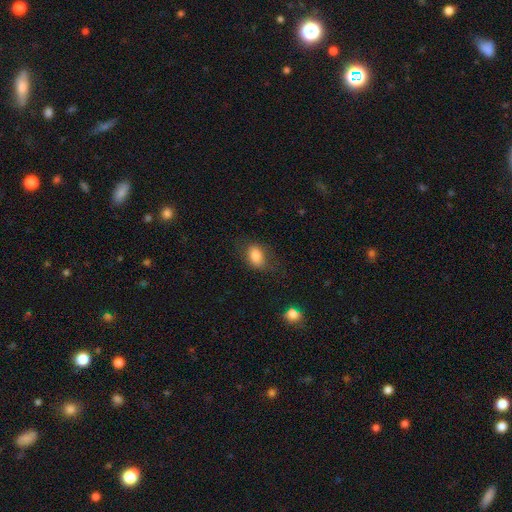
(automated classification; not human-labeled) smooth 81%, featured or disk 11%, star or artifact 9%. Down the decision tree: how rounded — in between (83%); merging — none (65%).